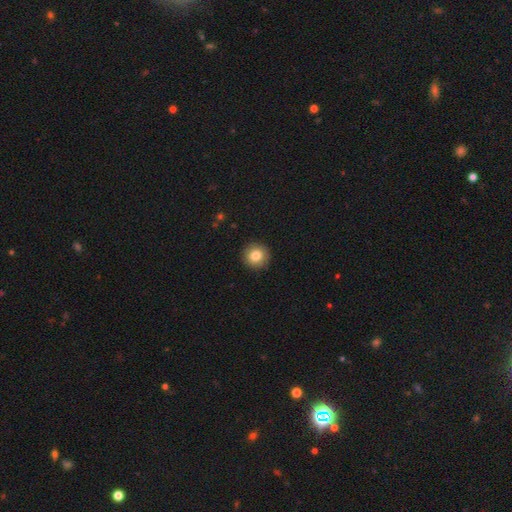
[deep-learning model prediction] Q: Smooth or featured?
A: smooth (82%); runner-up: star or artifact (9%)
Q: How rounded?
A: round (95%); runner-up: in between (4%)
Q: Merging?
A: none (93%); runner-up: minor disturbance (5%)